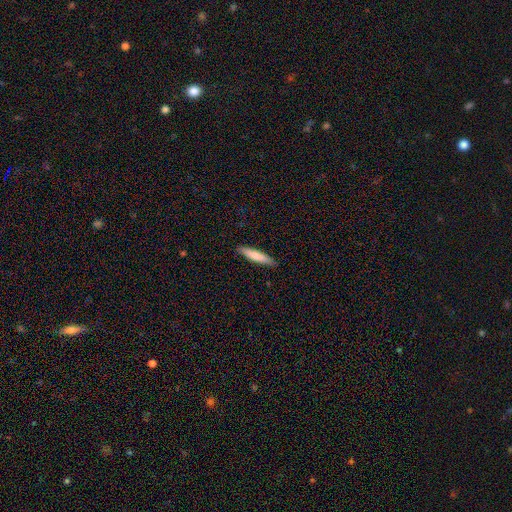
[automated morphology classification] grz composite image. It shows a smooth galaxy with no disk features (76%) that is cigar-shaped (89%). Merging: none (89%).